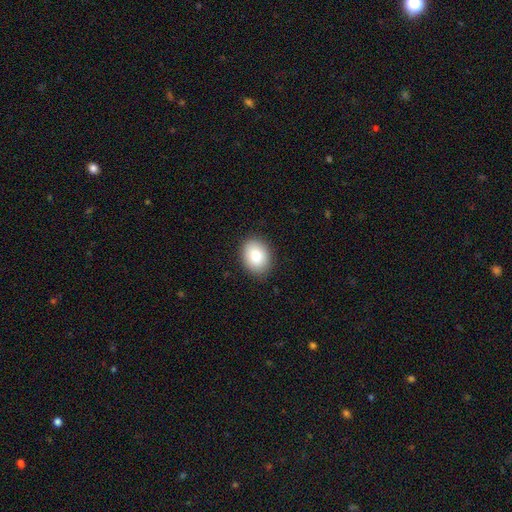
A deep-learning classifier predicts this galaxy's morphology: Overall: smooth (83%). How rounded: in between (65%; round 34%). Merging: none (87%).